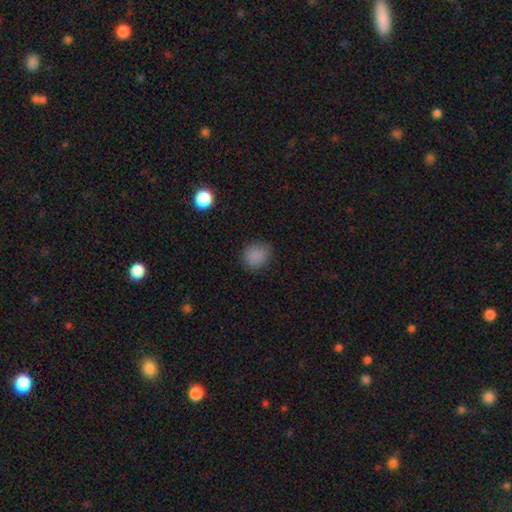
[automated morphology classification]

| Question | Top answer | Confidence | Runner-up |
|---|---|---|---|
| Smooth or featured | smooth | 84% | star or artifact (12%) |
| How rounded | round | 80% | in between (19%) |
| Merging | none | 82% | minor disturbance (13%) |